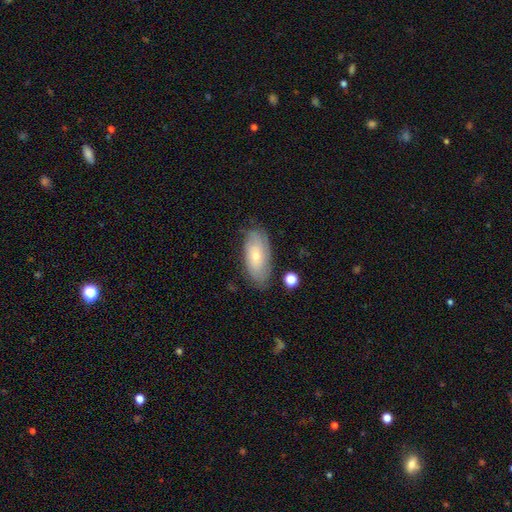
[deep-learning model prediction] Smooth or featured: smooth — 53% (featured or disk — 40%)
How rounded: in between — 86% (cigar-shaped — 11%)
Merging: none — 76% (minor disturbance — 18%)